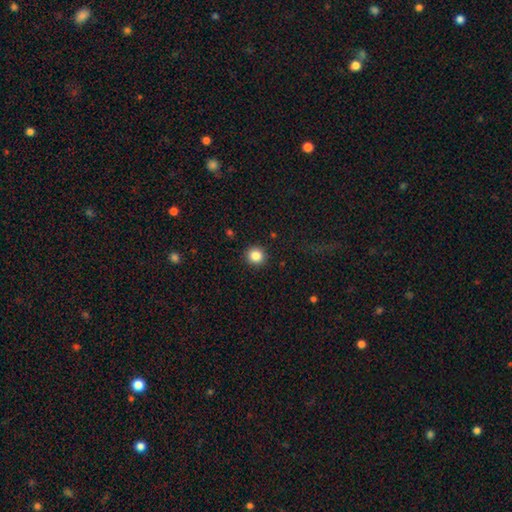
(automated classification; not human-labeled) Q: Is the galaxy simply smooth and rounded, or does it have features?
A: smooth — 85%.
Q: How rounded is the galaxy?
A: round — 93%.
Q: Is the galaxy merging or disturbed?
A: none — 92%.